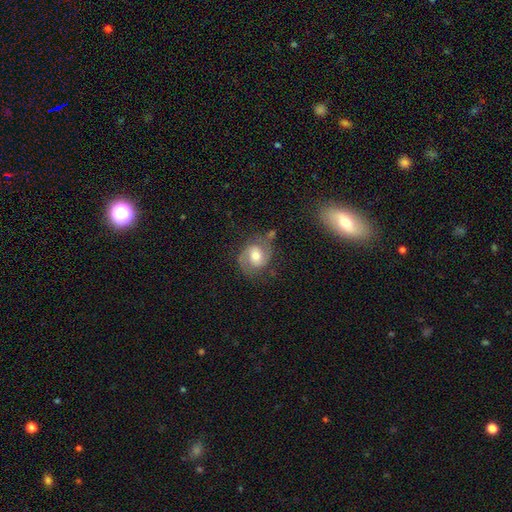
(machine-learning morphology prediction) Overall: featured or disk (64%; smooth 28%). Edge-on disk: no (97%). Bar: no (44%; weak 43%). Spiral arms: yes (90%). Spiral arm count: 2 (86%). Spiral winding: medium (52%; tight 25%). Bulge size: moderate (65%). Merging: none (64%).